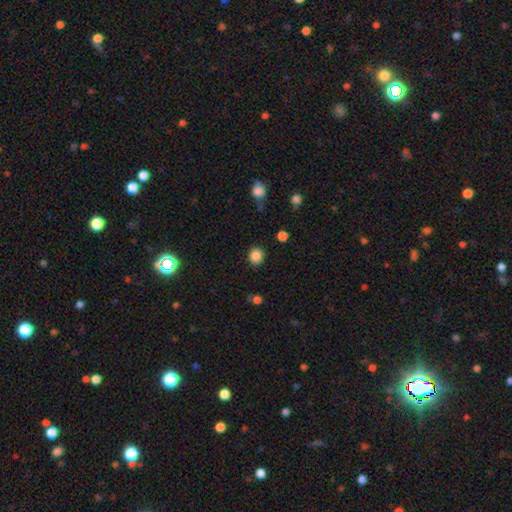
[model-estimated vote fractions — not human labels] smooth-or-featured: smooth: 86% | star or artifact: 11% | featured or disk: 3%
  how-rounded: round: 85% | in between: 14% | cigar-shaped: 1%
  merging: none: 88% | minor disturbance: 8% | major disturbance: 3% | merger: 2%